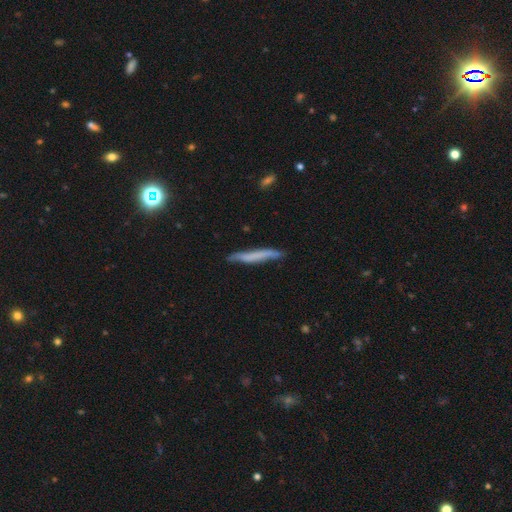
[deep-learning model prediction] The model was most divided on "smooth or featured": smooth: 54%, featured or disk: 39%, star or artifact: 7%. More confident: how rounded — cigar-shaped (95%); merging — none (76%).